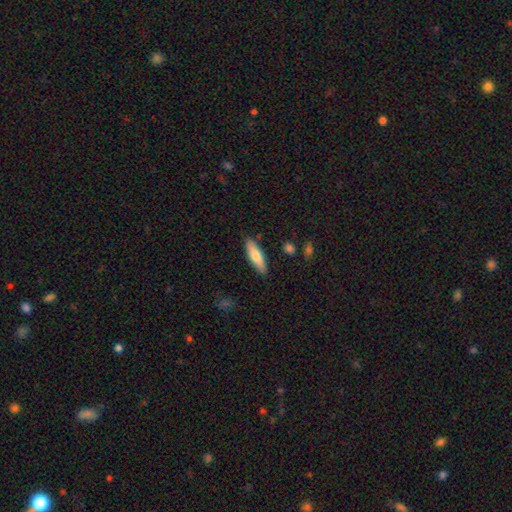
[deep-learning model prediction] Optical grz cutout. It shows a smooth galaxy with no disk features (72%) that is cigar-shaped (56%). Merging: none (87%).